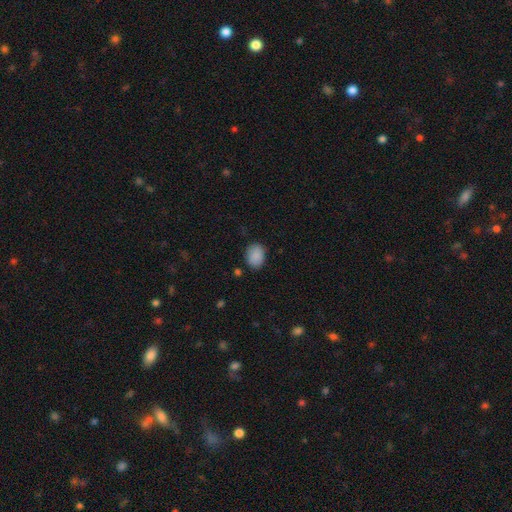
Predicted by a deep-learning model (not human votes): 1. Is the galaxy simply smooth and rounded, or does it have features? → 88% smooth, 8% star or artifact, 4% featured or disk.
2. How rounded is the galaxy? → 61% in between, 38% round, 1% cigar-shaped.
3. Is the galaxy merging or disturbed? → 81% none, 14% minor disturbance, 3% major disturbance, 2% merger.